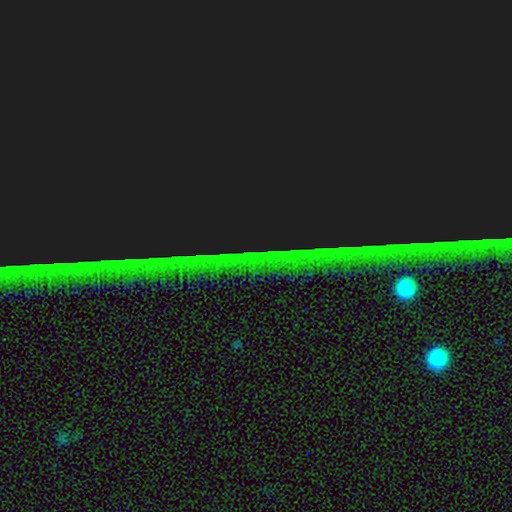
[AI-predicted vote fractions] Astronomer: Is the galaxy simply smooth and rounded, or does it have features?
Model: star or artifact — 85%.